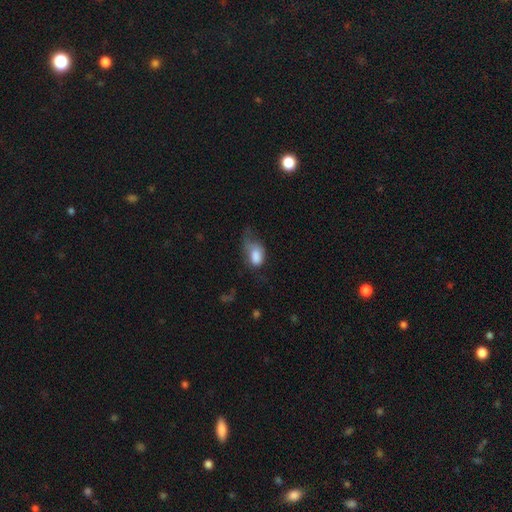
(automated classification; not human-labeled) The model was most divided on "merging": major disturbance: 50%, minor disturbance: 27%, none: 19%, merger: 4%. More confident: how rounded — in between (85%); smooth or featured — smooth (76%).